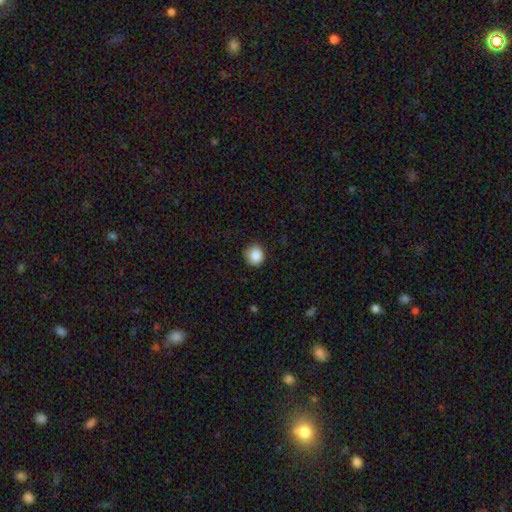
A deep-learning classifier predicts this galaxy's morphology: A smooth galaxy with no disk features (87%) that is round (89%). Merging: none (83%).